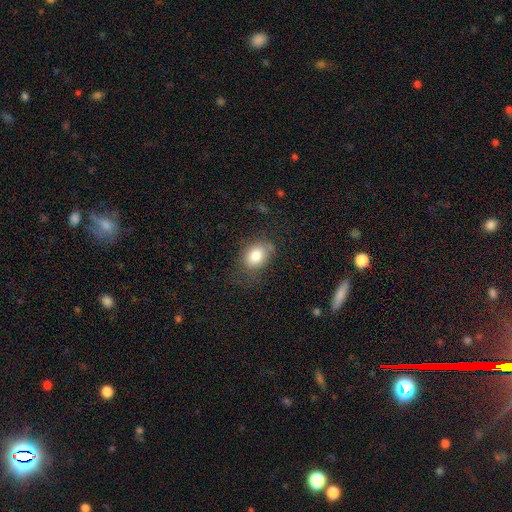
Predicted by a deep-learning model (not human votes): smooth 81%, featured or disk 10%, star or artifact 9%. Down the decision tree: how rounded — in between (65%); merging — none (65%).